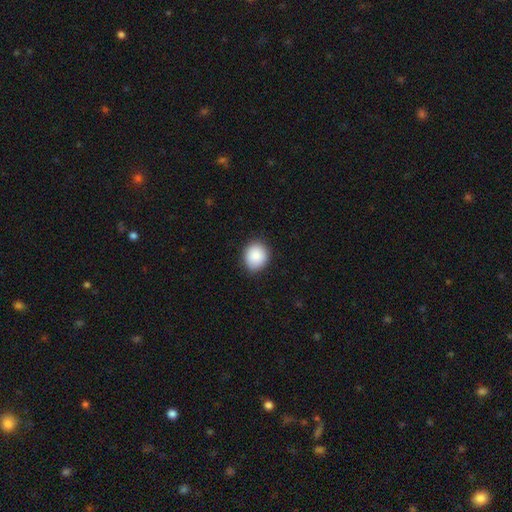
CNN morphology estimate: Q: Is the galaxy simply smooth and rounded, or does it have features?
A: smooth — 89%.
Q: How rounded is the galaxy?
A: round — 73%.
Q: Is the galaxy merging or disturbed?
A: none — 87%.